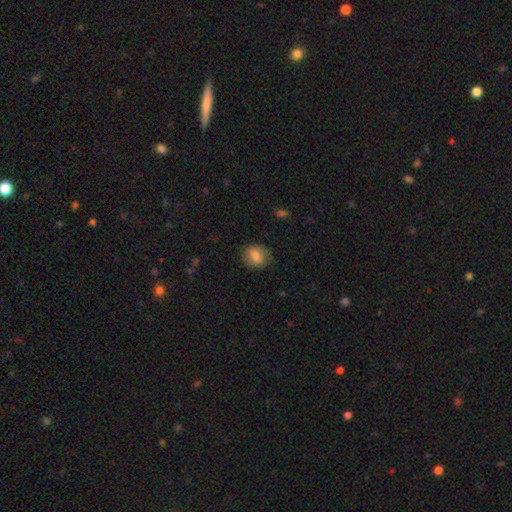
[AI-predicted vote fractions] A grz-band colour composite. It shows a smooth galaxy with no disk features (80%) that is round (69%). Merging: none (82%).